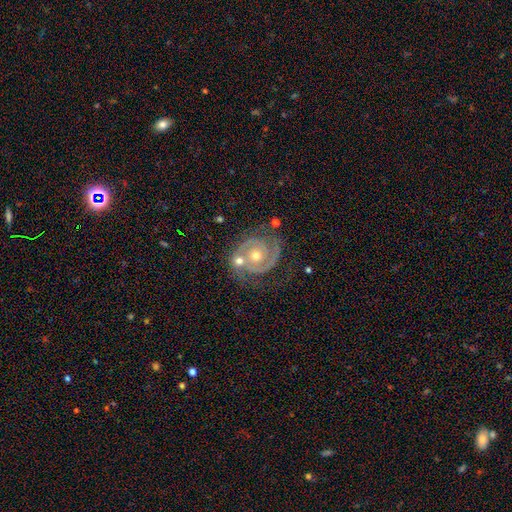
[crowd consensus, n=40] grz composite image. It shows a featured or disk galaxy (98%) with no bar (85%), 2 (95%) tight (62%) spiral arms (100%) and a moderate central bulge (69%). Merging: none (62%).